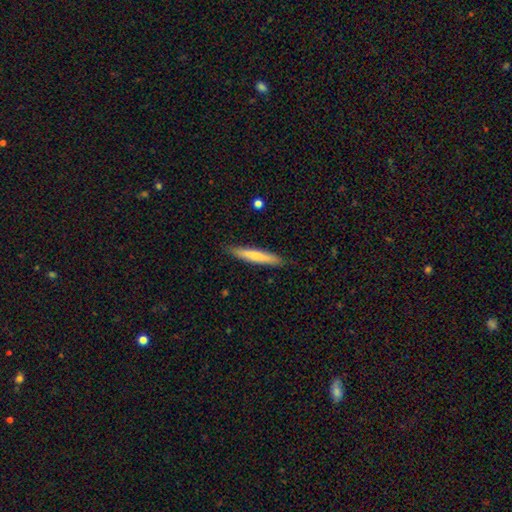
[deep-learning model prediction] The model was most divided on "smooth or featured": smooth: 67%, featured or disk: 27%, star or artifact: 5%. More confident: how rounded — cigar-shaped (93%); merging — none (88%).